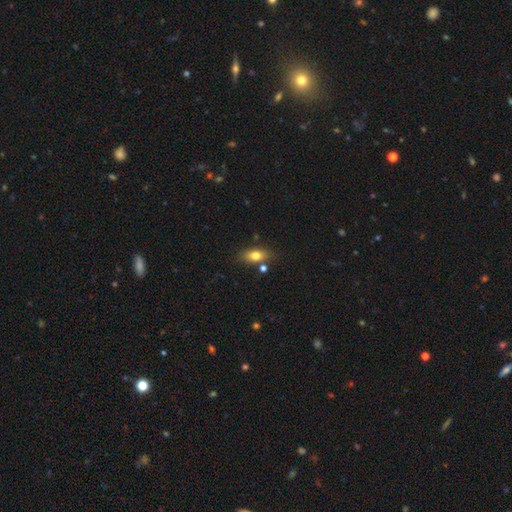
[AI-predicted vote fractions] smooth_or_featured: smooth (p=0.75) [alt: featured or disk p=0.16]
how_rounded: in between (p=0.81) [alt: cigar-shaped p=0.11]
merging: none (p=0.75) [alt: minor disturbance p=0.13]